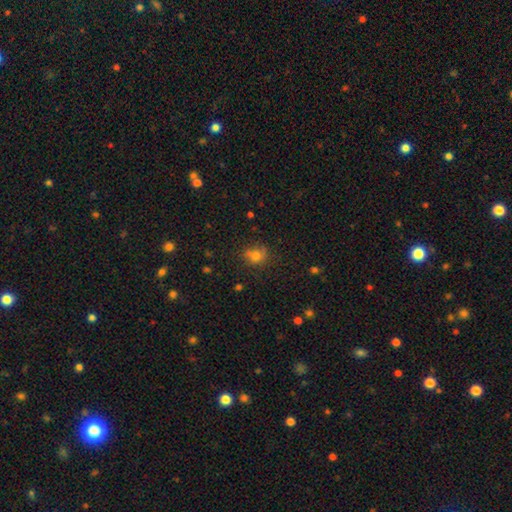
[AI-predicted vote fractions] Smooth or featured: smooth — 73% (star or artifact — 15%)
How rounded: round — 61% (in between — 37%)
Merging: none — 61% (minor disturbance — 25%)